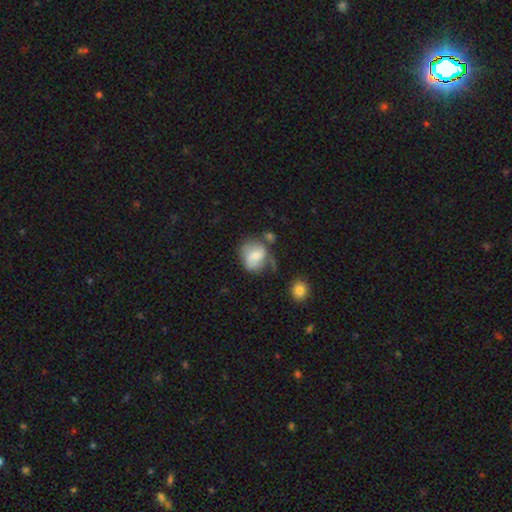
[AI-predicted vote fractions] The model was most divided on "merging": none: 41%, minor disturbance: 28%, major disturbance: 17%, merger: 14%. More confident: smooth or featured — smooth (60%); how rounded — round (58%).